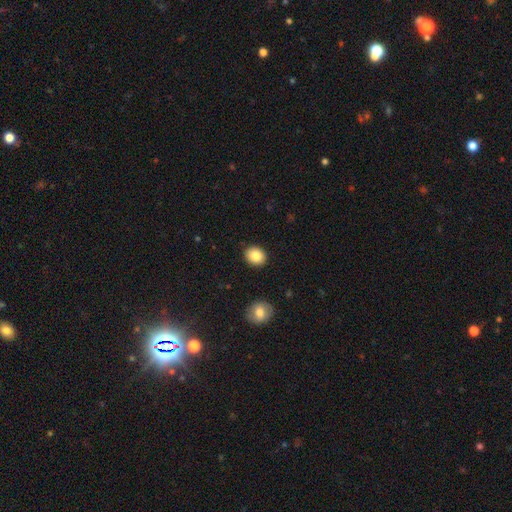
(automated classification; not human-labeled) The model was most divided on "how rounded": round: 60%, in between: 39%, cigar-shaped: 1%. More confident: merging — none (91%); smooth or featured — smooth (85%).